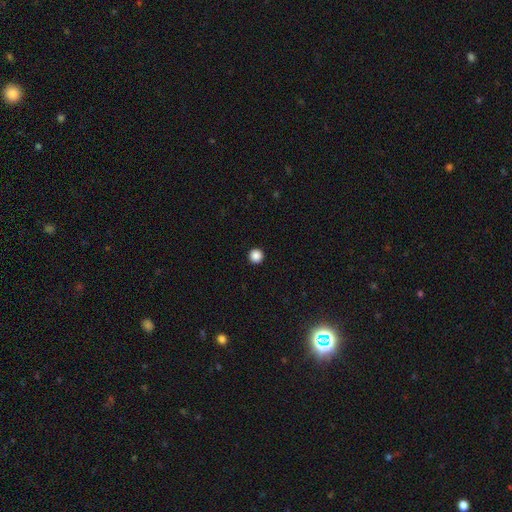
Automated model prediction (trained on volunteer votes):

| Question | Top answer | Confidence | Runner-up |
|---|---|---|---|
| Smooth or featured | smooth | 87% | star or artifact (10%) |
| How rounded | round | 97% | in between (2%) |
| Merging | none | 94% | minor disturbance (4%) |